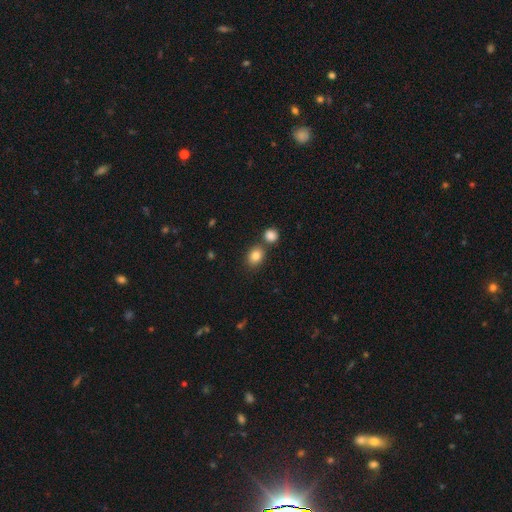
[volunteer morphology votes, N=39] Smooth or featured?
  - smooth: 87% *
  - star or artifact: 8%
  - featured or disk: 5%
How rounded?
  - round: 53% *
  - in between: 44%
  - cigar-shaped: 3%
Merging?
  - none: 58% *
  - merger: 22%
  - minor disturbance: 14%
  - major disturbance: 6%